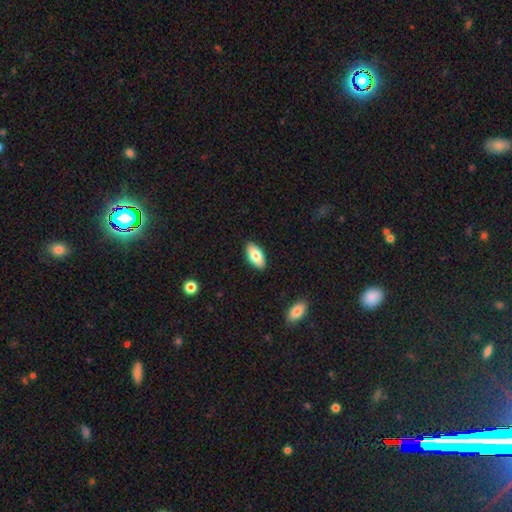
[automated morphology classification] type=smooth (79%); roundness=in between (92%); merging=none (89%).